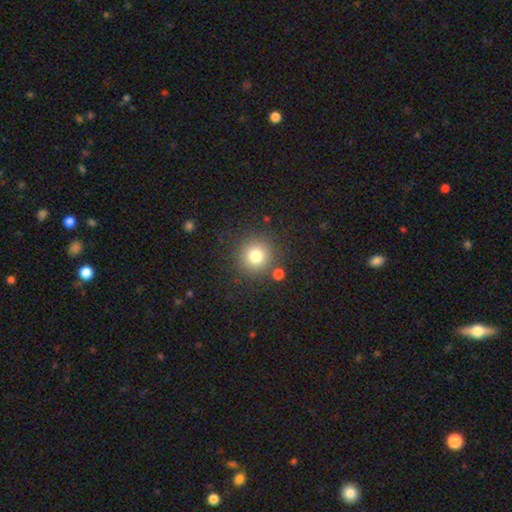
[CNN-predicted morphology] This is likely a smooth galaxy (78%). How rounded: clearly round (94%). Merging: clearly none (84%).